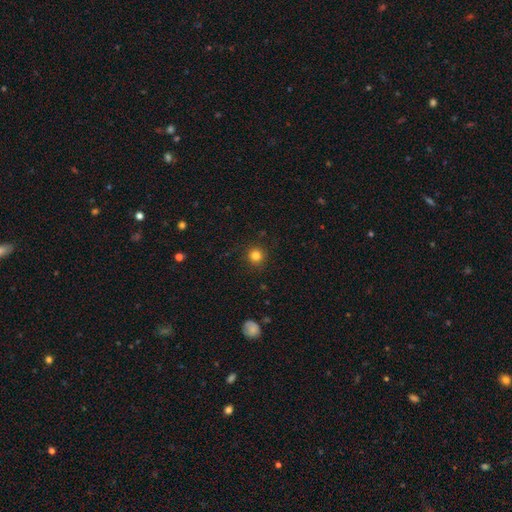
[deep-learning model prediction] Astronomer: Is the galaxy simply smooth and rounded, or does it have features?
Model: smooth — 82%.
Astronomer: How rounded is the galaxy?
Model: round — 93%.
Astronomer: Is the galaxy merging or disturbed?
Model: none — 89%.